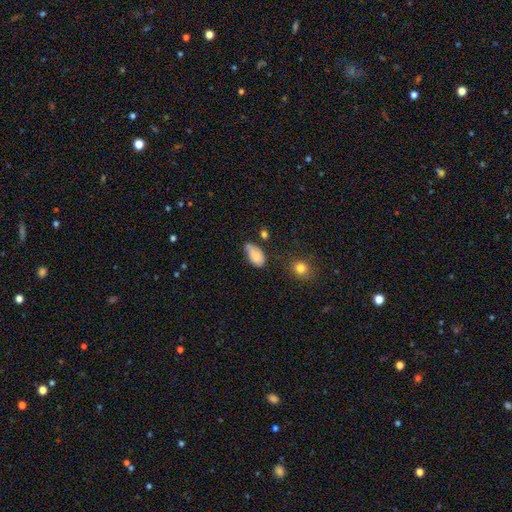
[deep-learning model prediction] This is likely a smooth galaxy (76%). How rounded: clearly in between (93%). Merging: possibly none (46%).